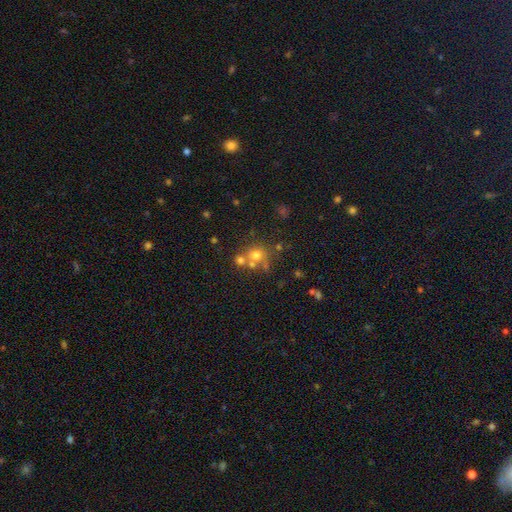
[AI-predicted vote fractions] Smooth or featured?
  - smooth: 61% *
  - star or artifact: 22%
  - featured or disk: 17%
How rounded?
  - round: 83% *
  - in between: 16%
  - cigar-shaped: 1%
Merging?
  - none: 50% *
  - merger: 35%
  - minor disturbance: 9%
  - major disturbance: 5%